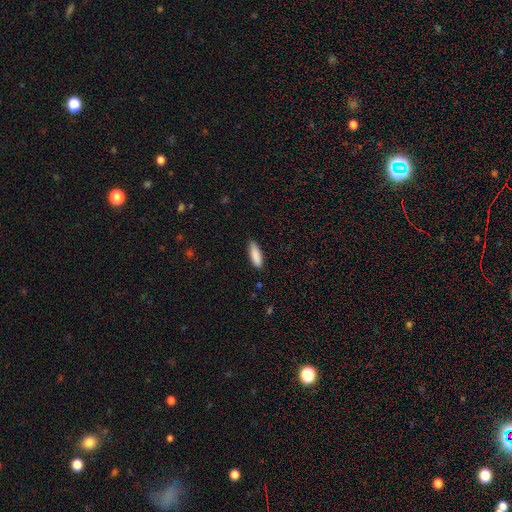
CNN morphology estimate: Overall: smooth (89%). How rounded: in between (60%; cigar-shaped 38%). Merging: none (83%).